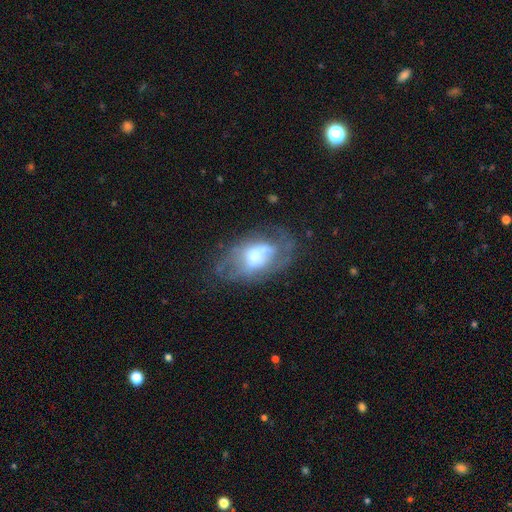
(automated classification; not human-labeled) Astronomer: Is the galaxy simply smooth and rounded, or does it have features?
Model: featured or disk — 56% (runner-up: smooth, 35%).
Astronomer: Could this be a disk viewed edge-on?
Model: no — 93%.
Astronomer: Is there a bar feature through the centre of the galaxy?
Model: no — 71%.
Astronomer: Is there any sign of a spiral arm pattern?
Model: no — 58% (runner-up: yes, 42%).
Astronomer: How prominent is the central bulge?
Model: moderate — 49%.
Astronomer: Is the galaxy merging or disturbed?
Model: none — 41% (runner-up: major disturbance, 26%).